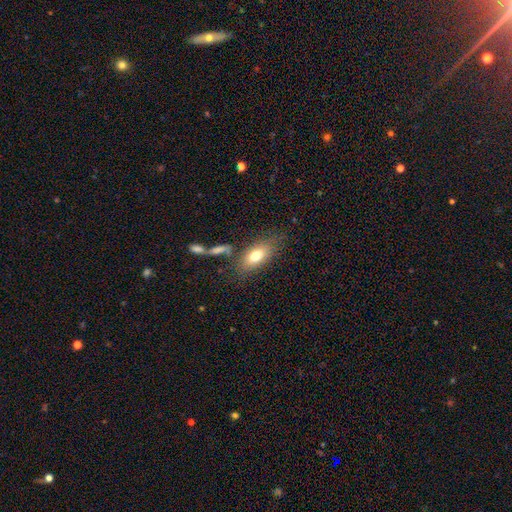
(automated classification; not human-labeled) A smooth galaxy with no disk features (73%) that is in between round and cigar-shaped (84%).

Vote fractions:
- Smooth or featured? smooth: 73% / featured or disk: 19% / star or artifact: 8%
- How rounded? in between: 84% / cigar-shaped: 10% / round: 6%
- Merging? none: 67% / minor disturbance: 16% / merger: 10% / major disturbance: 7%